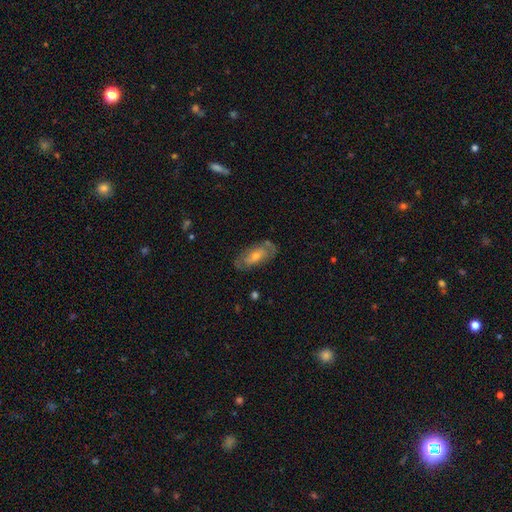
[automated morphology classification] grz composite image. It shows a featured or disk galaxy (60%) with no bar (59%), spiral arms (67%) and a moderate central bulge (52%). Merging: none (77%).